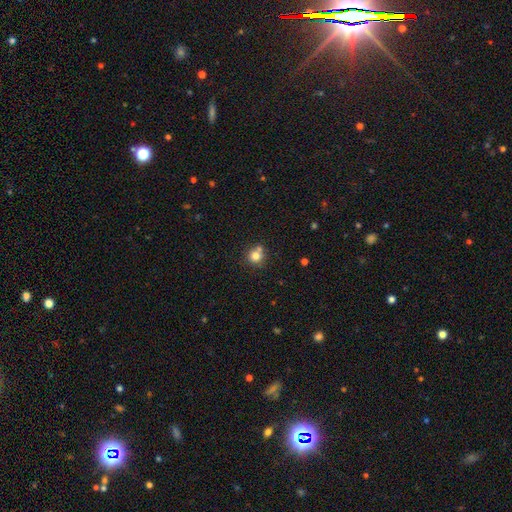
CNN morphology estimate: A smooth galaxy with no disk features (79%) that is round (91%). Merging: none (63%).